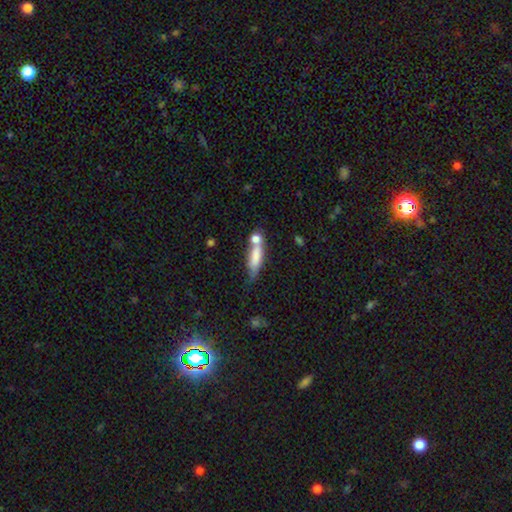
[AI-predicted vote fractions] A smooth galaxy with no disk features (71%) that is cigar-shaped (61%). Merging: none (40%).